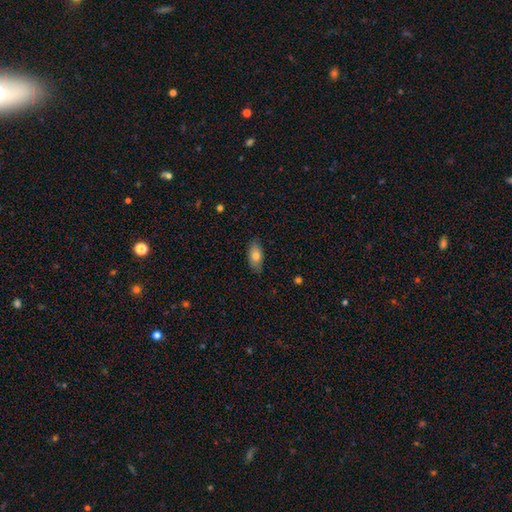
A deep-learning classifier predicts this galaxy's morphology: Q: Smooth or featured?
A: smooth (76%); runner-up: featured or disk (17%)
Q: How rounded?
A: in between (88%); runner-up: cigar-shaped (9%)
Q: Merging?
A: none (84%); runner-up: minor disturbance (13%)